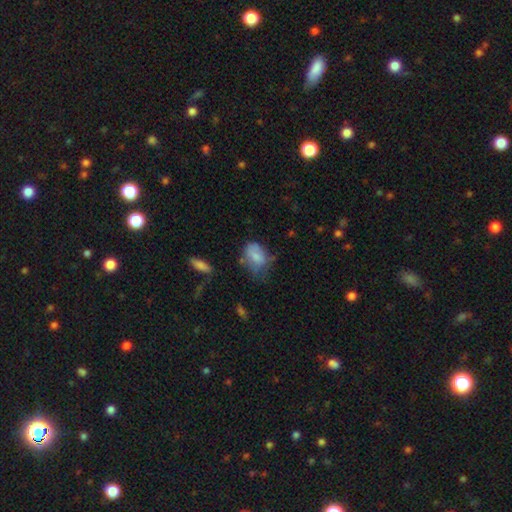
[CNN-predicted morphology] This appears to be a smooth galaxy with no disk features (71%) that is in between round and cigar-shaped (76%). Merging: minor disturbance (36%).